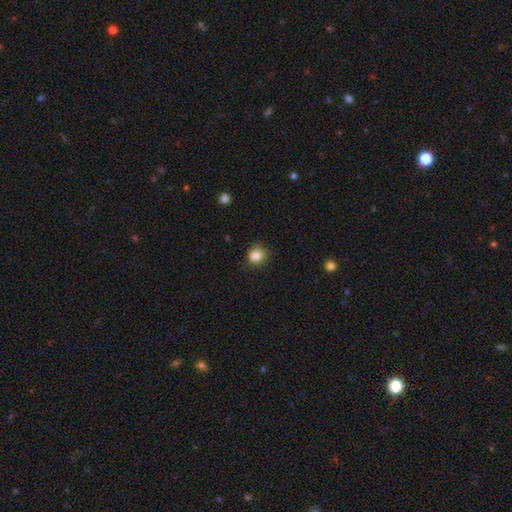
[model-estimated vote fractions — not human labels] A smooth galaxy with no disk features (85%) that is round (83%).

Vote fractions:
- Smooth or featured? smooth: 85% / star or artifact: 11% / featured or disk: 4%
- How rounded? round: 83% / in between: 16% / cigar-shaped: 1%
- Merging? none: 83% / minor disturbance: 13% / major disturbance: 3% / merger: 1%